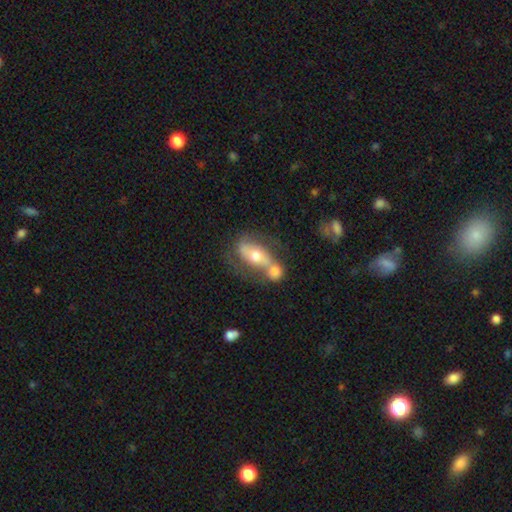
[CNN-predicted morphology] This is possibly a featured or disk galaxy (54%). It is clearly not viewed edge-on (83%). Merging: possibly merger (49%).